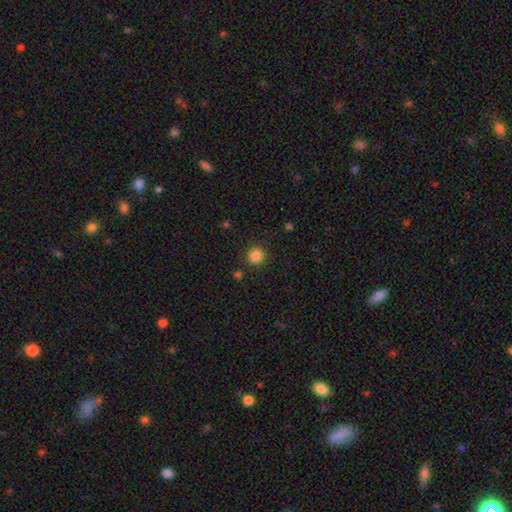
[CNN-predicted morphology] type=smooth (86%); roundness=round (92%); merging=none (88%).